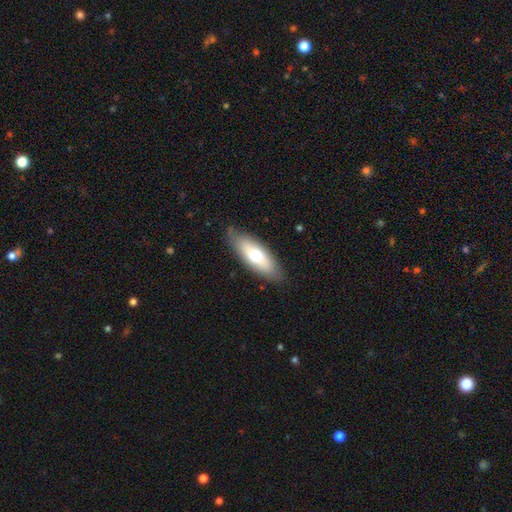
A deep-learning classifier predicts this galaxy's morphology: smooth_or_featured: smooth (p=0.62) [alt: featured or disk p=0.32]
how_rounded: in between (p=0.69) [alt: cigar-shaped p=0.28]
merging: none (p=0.81) [alt: minor disturbance p=0.15]